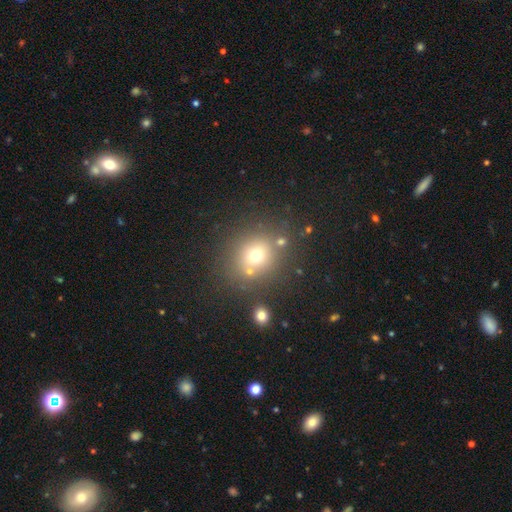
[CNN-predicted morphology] Smooth or featured? Predicted: smooth (p=0.68). How rounded? Predicted: round (p=0.81). Merging? Predicted: none (p=0.74).